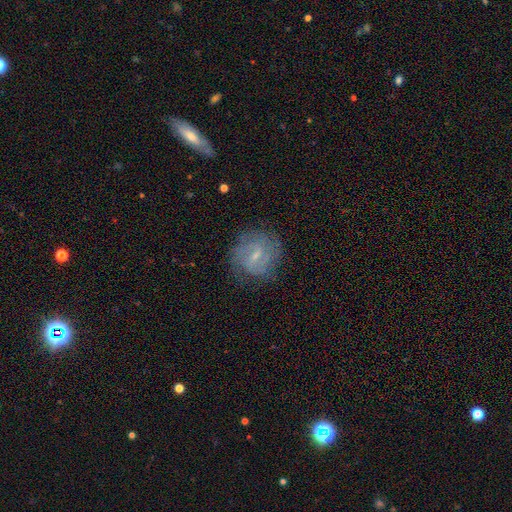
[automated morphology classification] This appears to be a featured or disk galaxy (67%) with a weak bar (60%), 2 (45%) tight (43%) spiral arms (80%) and a small central bulge (63%). Merging: none (72%).